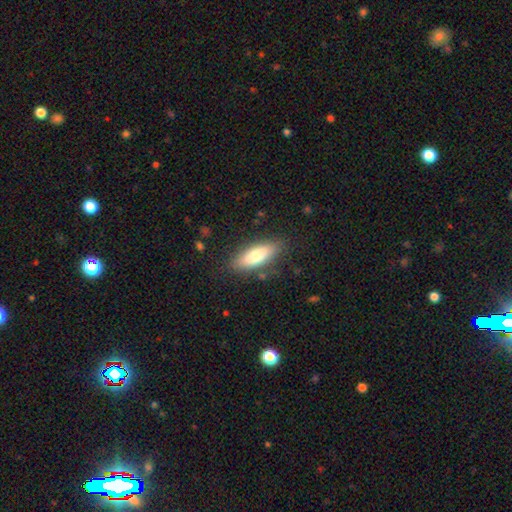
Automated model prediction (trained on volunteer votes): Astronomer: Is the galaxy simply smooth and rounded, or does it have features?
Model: smooth — 76%.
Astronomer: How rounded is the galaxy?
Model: in between — 62%.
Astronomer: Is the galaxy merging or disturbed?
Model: none — 83%.